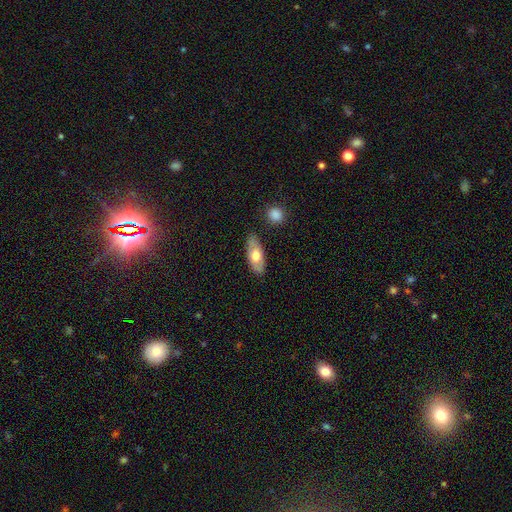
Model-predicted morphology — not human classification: smooth-or-featured: smooth: 61% | featured or disk: 33% | star or artifact: 6%
  how-rounded: in between: 80% | cigar-shaped: 16% | round: 4%
  merging: none: 82% | minor disturbance: 13% | major disturbance: 3% | merger: 3%